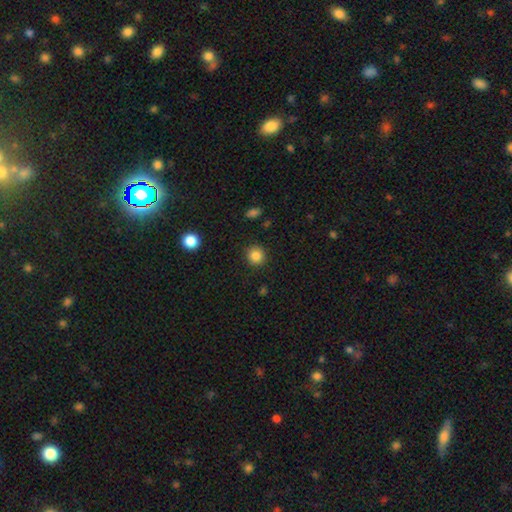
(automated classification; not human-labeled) A smooth galaxy with no disk features (86%) that is round (91%). Merging: none (91%).